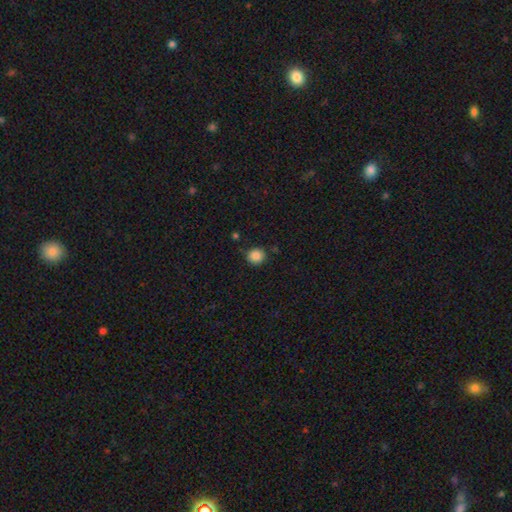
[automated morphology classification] The model was most divided on "merging": none: 85%, minor disturbance: 10%, merger: 3%, major disturbance: 2%. More confident: how rounded — round (89%); smooth or featured — smooth (86%).